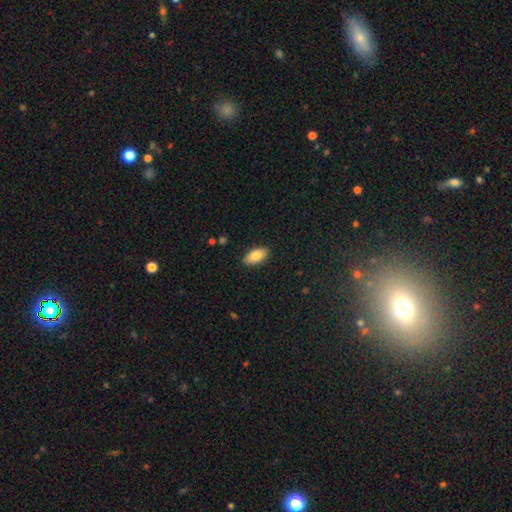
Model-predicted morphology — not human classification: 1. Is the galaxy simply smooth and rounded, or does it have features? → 83% smooth, 10% featured or disk, 7% star or artifact.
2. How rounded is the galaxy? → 92% in between, 5% cigar-shaped, 3% round.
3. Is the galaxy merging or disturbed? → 88% none, 9% minor disturbance, 2% major disturbance, 1% merger.